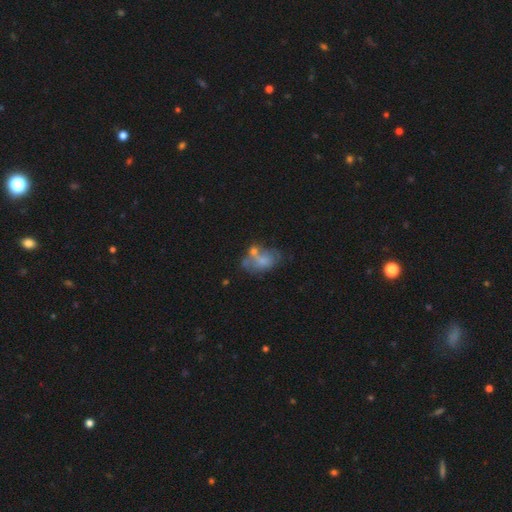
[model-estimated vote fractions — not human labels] Smooth or featured? smooth (51%)
How rounded? in between (82%)
Merging? merger (37%)